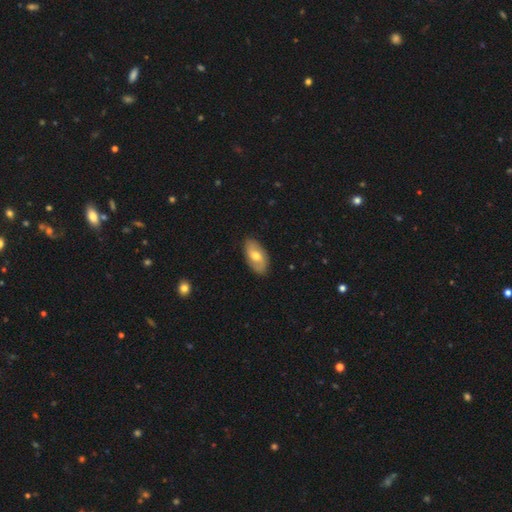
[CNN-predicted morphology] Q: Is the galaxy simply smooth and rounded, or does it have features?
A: smooth — 52%.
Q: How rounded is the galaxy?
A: in between — 93%.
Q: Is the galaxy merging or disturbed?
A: none — 86%.